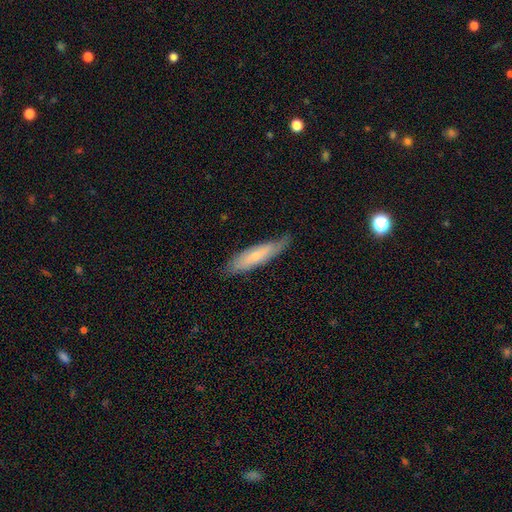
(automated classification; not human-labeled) Smooth or featured? smooth (53%)
How rounded? cigar-shaped (70%)
Merging? none (72%)